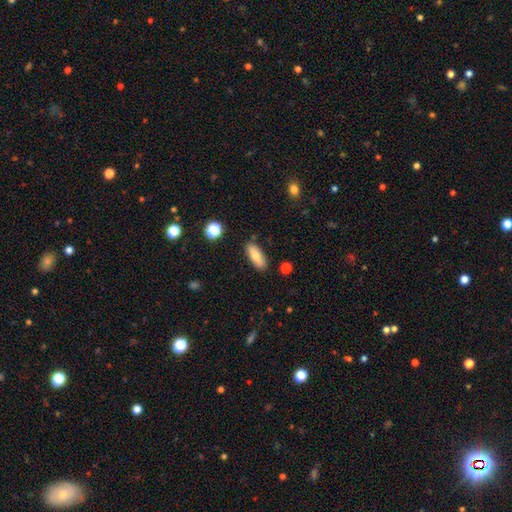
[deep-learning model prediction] A smooth galaxy with no disk features (73%) that is in between round and cigar-shaped (70%). Merging: none (84%).